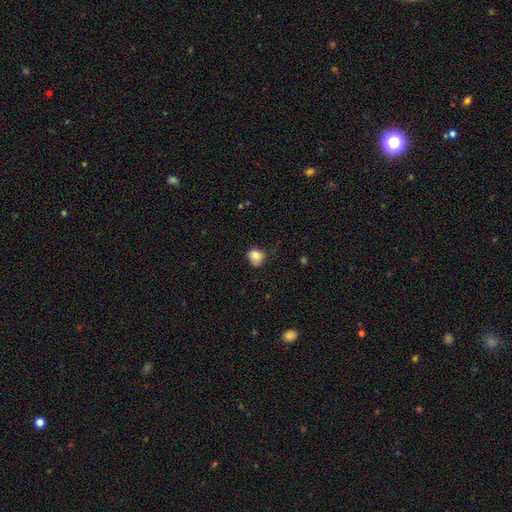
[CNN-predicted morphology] The model was most divided on "merging": none: 58%, minor disturbance: 32%, major disturbance: 9%, merger: 2%. More confident: smooth or featured — smooth (84%); how rounded — round (63%).